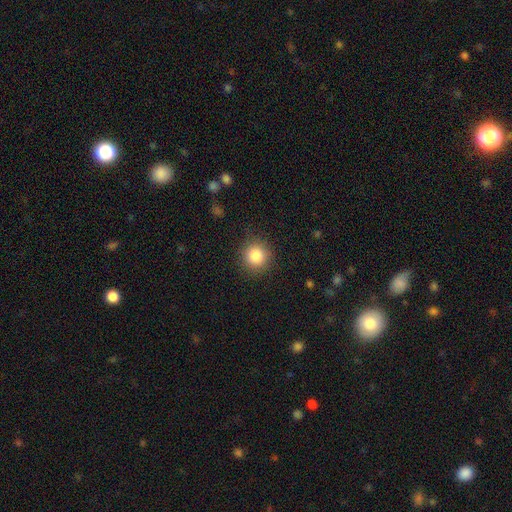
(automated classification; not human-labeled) A smooth galaxy with no disk features (85%) that is round (92%).

Vote fractions:
- Smooth or featured? smooth: 85% / star or artifact: 10% / featured or disk: 5%
- How rounded? round: 92% / in between: 7% / cigar-shaped: 1%
- Merging? none: 88% / minor disturbance: 8% / major disturbance: 3% / merger: 1%